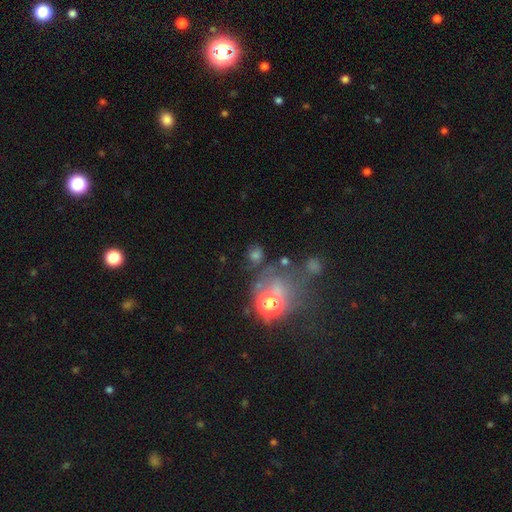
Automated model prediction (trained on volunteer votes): smooth-or-featured: smooth: 53% | star or artifact: 35% | featured or disk: 12%
  how-rounded: round: 72% | in between: 27% | cigar-shaped: 2%
  merging: none: 61% | minor disturbance: 14% | major disturbance: 13% | merger: 11%